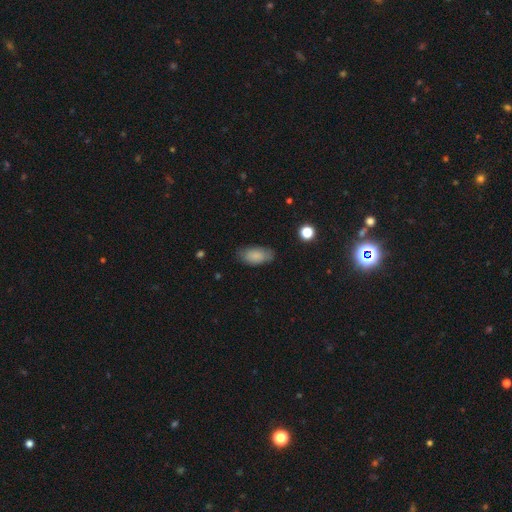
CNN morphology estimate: The model was most divided on "merging": none: 76%, minor disturbance: 18%, major disturbance: 4%, merger: 1%. More confident: how rounded — in between (92%); smooth or featured — smooth (84%).